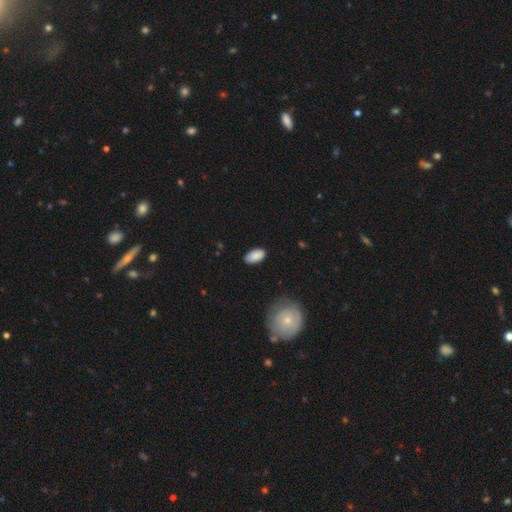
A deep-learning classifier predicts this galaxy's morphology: Q: Smooth or featured?
A: smooth (88%); runner-up: star or artifact (7%)
Q: How rounded?
A: in between (94%); runner-up: round (4%)
Q: Merging?
A: none (84%); runner-up: minor disturbance (12%)